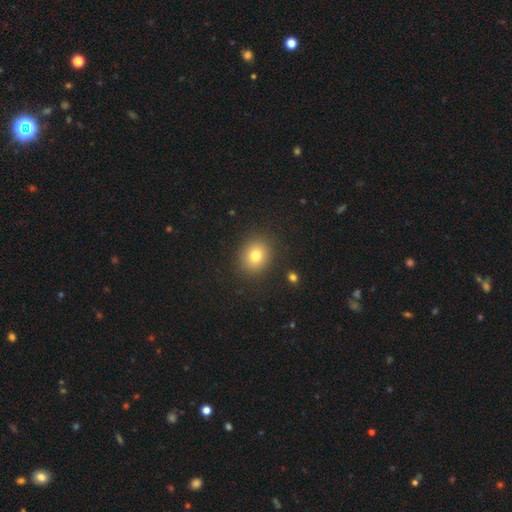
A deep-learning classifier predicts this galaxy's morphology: type=smooth (78%); roundness=round (69%); merging=none (88%).